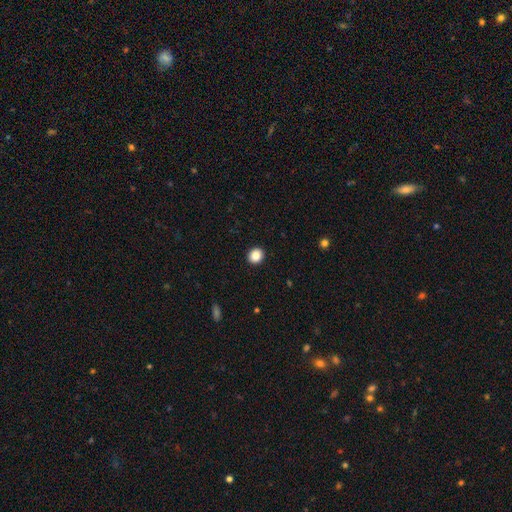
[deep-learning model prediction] Smooth or featured? smooth (87%)
How rounded? round (81%)
Merging? none (93%)